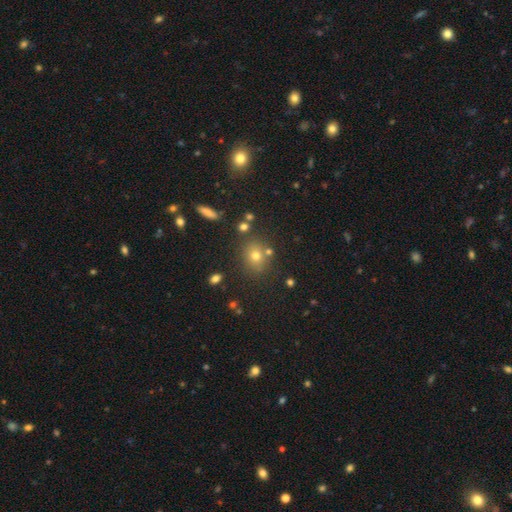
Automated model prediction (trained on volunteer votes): Smooth or featured? smooth (67%)
How rounded? round (68%)
Merging? none (77%)